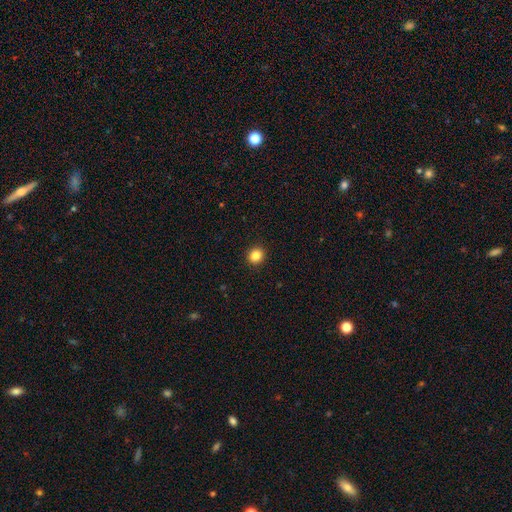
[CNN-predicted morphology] Smooth or featured: smooth — 85% (star or artifact — 11%)
How rounded: round — 85% (in between — 14%)
Merging: none — 92% (minor disturbance — 5%)